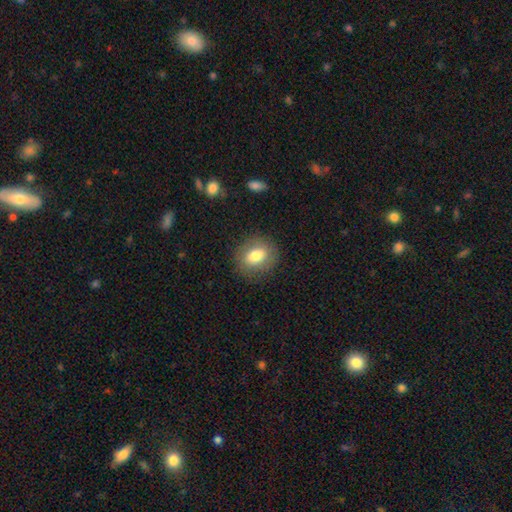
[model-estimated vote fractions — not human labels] Smooth or featured? smooth (76%)
How rounded? round (53%)
Merging? none (86%)